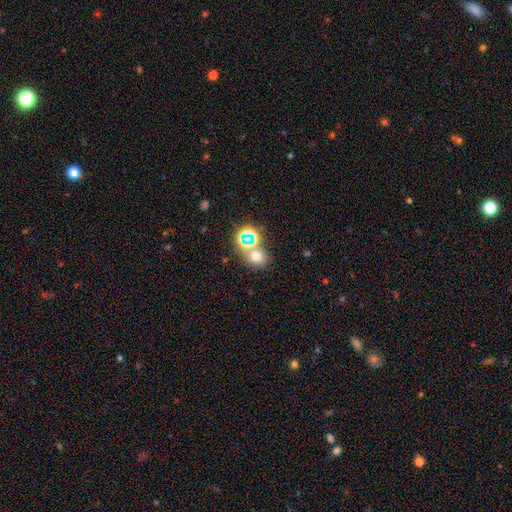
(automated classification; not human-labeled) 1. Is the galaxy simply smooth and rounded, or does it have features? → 62% smooth, 29% star or artifact, 9% featured or disk.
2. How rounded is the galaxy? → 69% round, 30% in between, 1% cigar-shaped.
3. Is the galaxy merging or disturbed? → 61% none, 27% merger, 9% minor disturbance, 4% major disturbance.